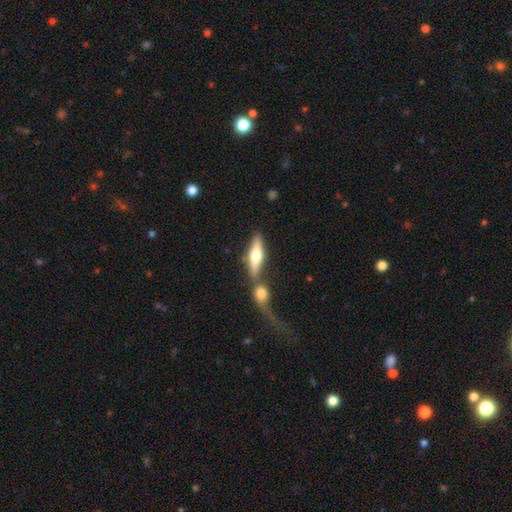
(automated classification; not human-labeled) Smooth or featured? Predicted: smooth (p=0.50). Merging? Predicted: merger (p=0.43).